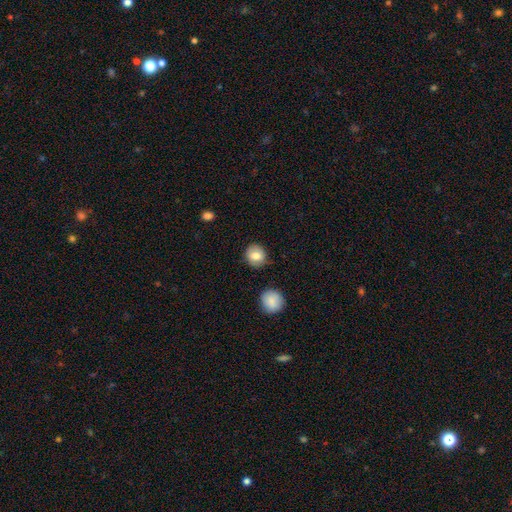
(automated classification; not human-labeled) smooth-or-featured: smooth: 82% | featured or disk: 10% | star or artifact: 8%
  how-rounded: round: 80% | in between: 19% | cigar-shaped: 1%
  merging: none: 83% | minor disturbance: 12% | major disturbance: 3% | merger: 3%